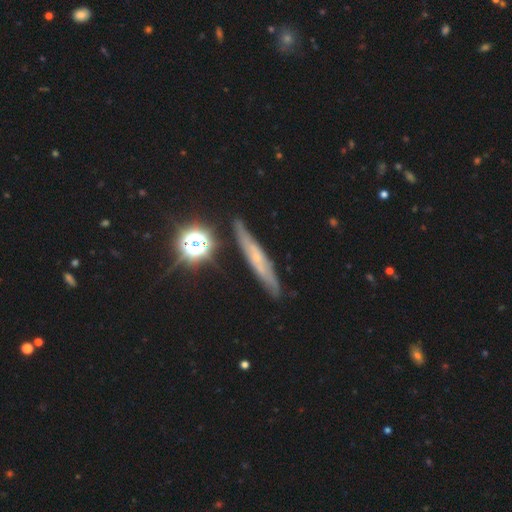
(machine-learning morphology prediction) Q: Smooth or featured?
A: featured or disk (56%); runner-up: smooth (30%)
Q: Edge-on disk?
A: yes (75%); runner-up: no (25%)
Q: Merging?
A: none (81%); runner-up: minor disturbance (14%)